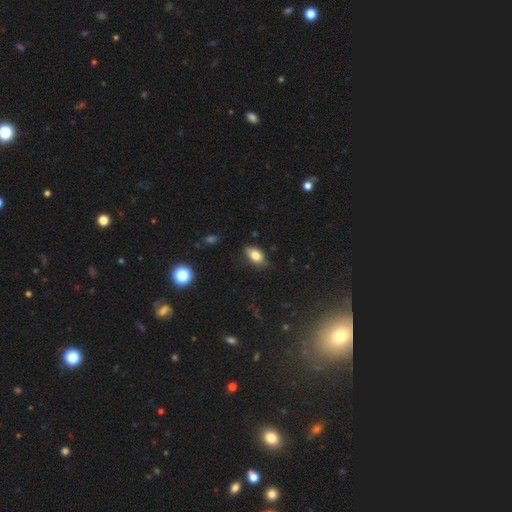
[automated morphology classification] This appears to be a smooth galaxy with no disk features (81%) that is in between round and cigar-shaped (89%). Merging: none (77%).